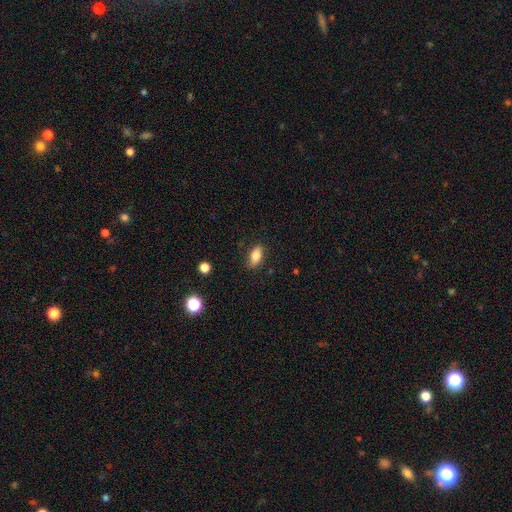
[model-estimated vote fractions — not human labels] Smooth or featured? Predicted: smooth (p=0.78). How rounded? Predicted: in between (p=0.85). Merging? Predicted: none (p=0.82).